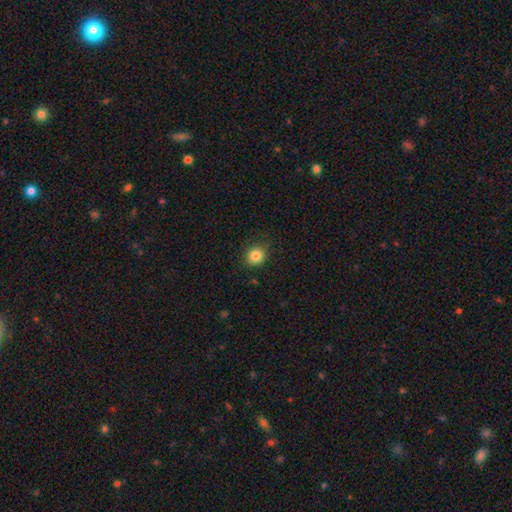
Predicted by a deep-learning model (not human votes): smooth-or-featured: smooth: 84% | star or artifact: 11% | featured or disk: 6%
  how-rounded: round: 85% | in between: 14% | cigar-shaped: 1%
  merging: none: 87% | minor disturbance: 10% | major disturbance: 2% | merger: 1%